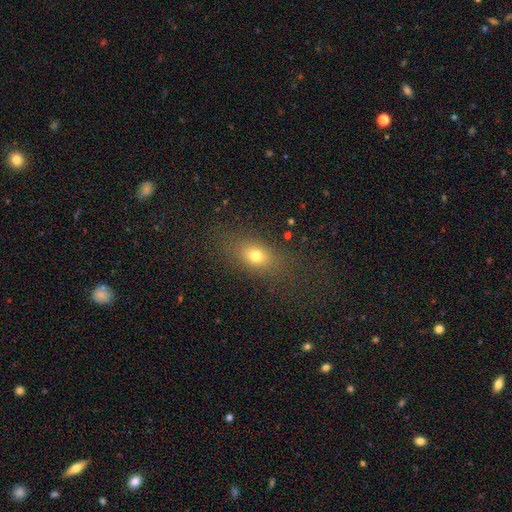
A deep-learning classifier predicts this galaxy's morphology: Smooth or featured: smooth — 71% (star or artifact — 15%)
How rounded: in between — 67% (round — 23%)
Merging: none — 78% (minor disturbance — 12%)